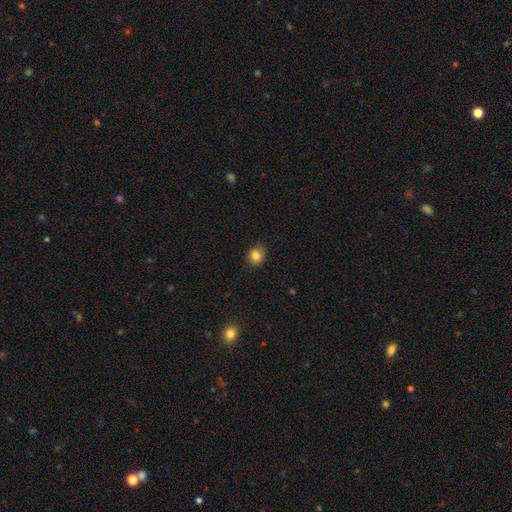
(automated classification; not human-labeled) This is clearly a smooth galaxy (83%). How rounded: likely round (64%). Merging: clearly none (83%).